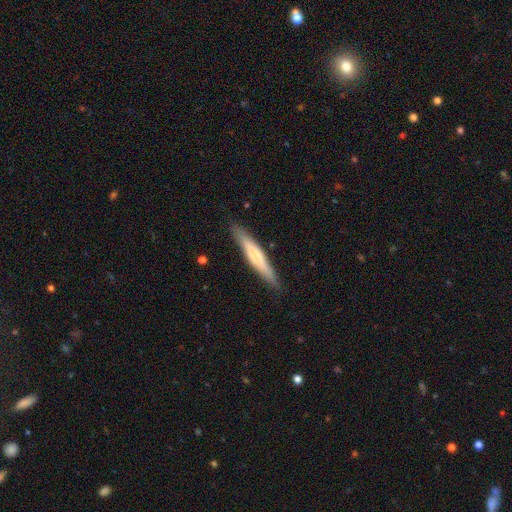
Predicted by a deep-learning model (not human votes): A smooth galaxy with no disk features (54%) that is cigar-shaped (92%). Merging: none (87%).